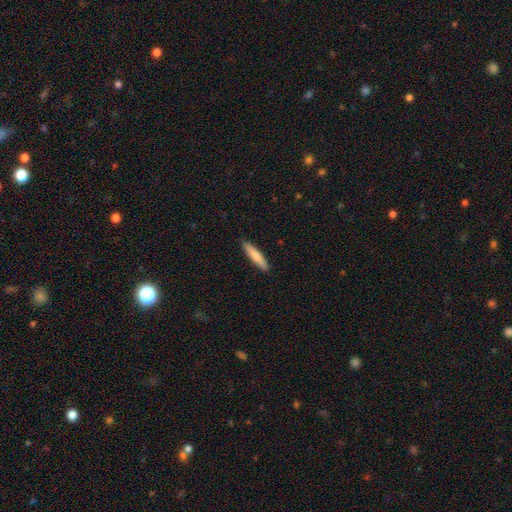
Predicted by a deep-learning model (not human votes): Morphology: type=smooth (76%); roundness=cigar-shaped (86%); merging=none (90%).